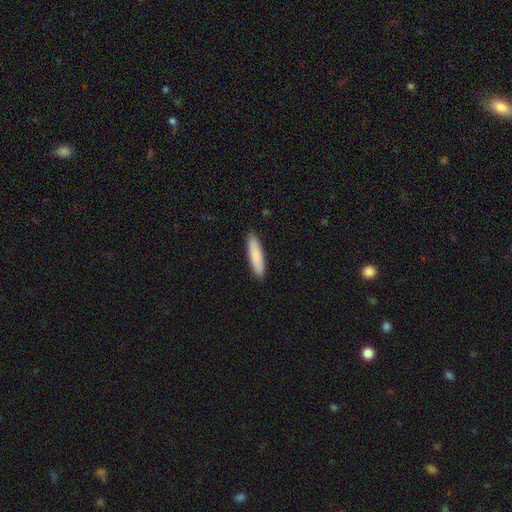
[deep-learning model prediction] The model was most divided on "how rounded": cigar-shaped: 83%, in between: 16%, round: 1%. More confident: merging — none (91%); smooth or featured — smooth (85%).